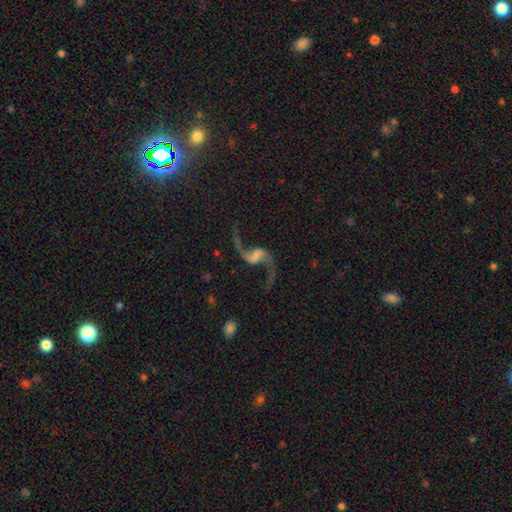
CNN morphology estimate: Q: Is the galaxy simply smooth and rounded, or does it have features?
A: featured or disk — 90%.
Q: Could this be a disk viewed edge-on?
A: no — 97%.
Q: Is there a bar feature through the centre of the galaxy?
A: weak — 44%.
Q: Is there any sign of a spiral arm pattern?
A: yes — 97%.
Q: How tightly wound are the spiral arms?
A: loose — 92%.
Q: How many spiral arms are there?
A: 2 — 94%.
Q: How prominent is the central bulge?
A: none — 47%.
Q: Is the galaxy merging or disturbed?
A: none — 77%.